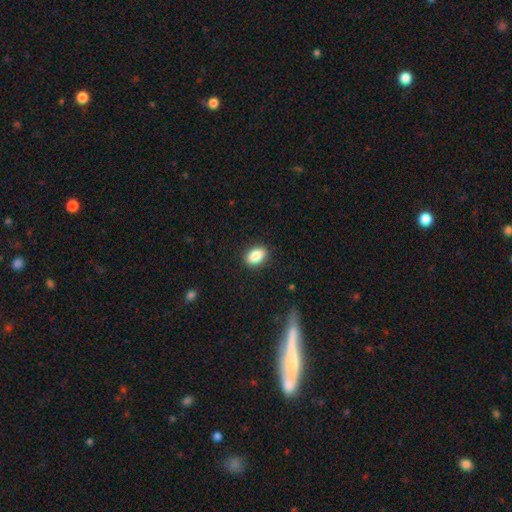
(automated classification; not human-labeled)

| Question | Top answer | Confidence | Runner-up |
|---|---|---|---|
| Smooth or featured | smooth | 86% | star or artifact (8%) |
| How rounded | in between | 84% | round (14%) |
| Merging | none | 89% | minor disturbance (8%) |